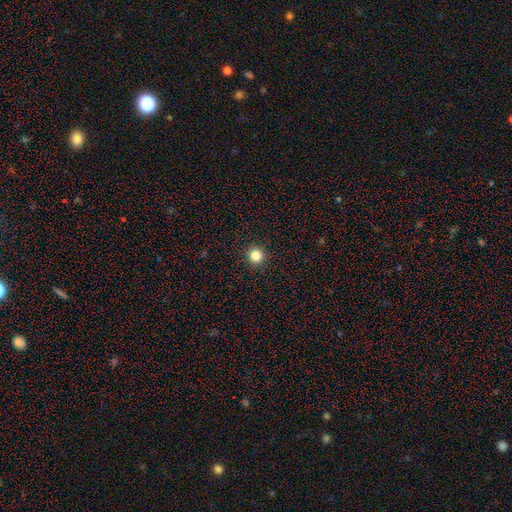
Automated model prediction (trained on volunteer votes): Overall: smooth (83%). How rounded: round (96%). Merging: none (93%).